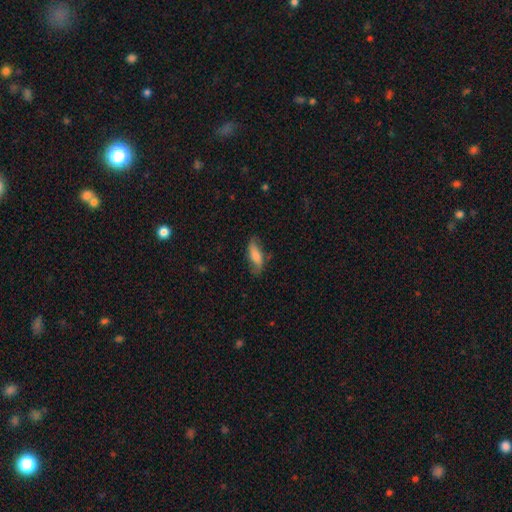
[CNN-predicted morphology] The model was most divided on "smooth or featured": smooth: 63%, featured or disk: 30%, star or artifact: 7%. More confident: merging — none (67%); how rounded — in between (66%).